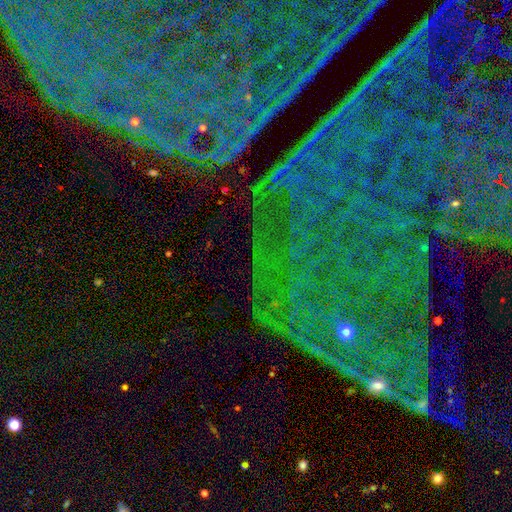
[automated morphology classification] type=star or artifact (83%).